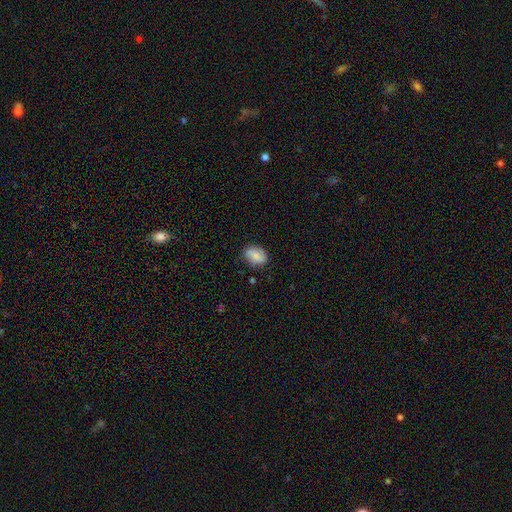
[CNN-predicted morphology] Overall: smooth (65%; featured or disk 27%). How rounded: in between (69%; round 29%). Merging: none (74%).